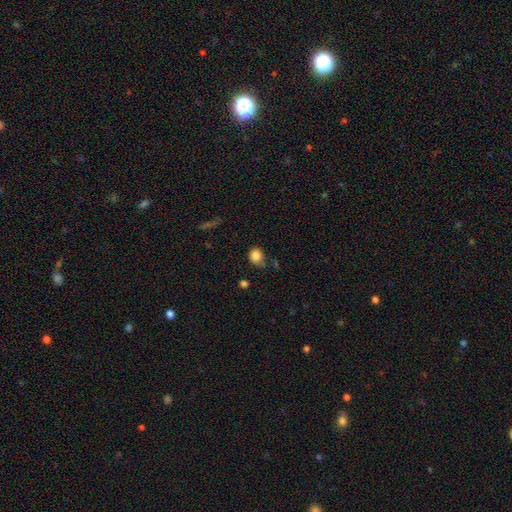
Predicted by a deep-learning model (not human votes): smooth-or-featured: smooth: 84% | star or artifact: 10% | featured or disk: 6%
  how-rounded: round: 67% | in between: 32% | cigar-shaped: 1%
  merging: none: 64% | minor disturbance: 25% | major disturbance: 6% | merger: 4%